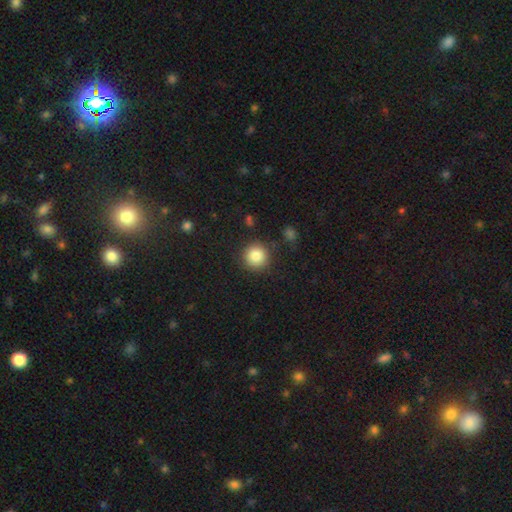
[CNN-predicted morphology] smooth-or-featured: smooth: 86% | star or artifact: 9% | featured or disk: 5%
  how-rounded: round: 94% | in between: 5% | cigar-shaped: 1%
  merging: none: 87% | minor disturbance: 8% | major disturbance: 3% | merger: 2%